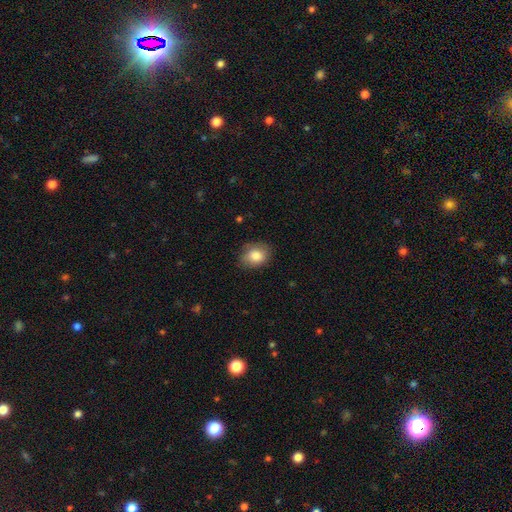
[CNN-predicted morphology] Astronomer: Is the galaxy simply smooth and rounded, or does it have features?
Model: smooth — 83%.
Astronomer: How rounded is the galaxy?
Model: in between — 56% (runner-up: round, 43%).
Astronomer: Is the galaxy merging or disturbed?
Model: none — 79%.